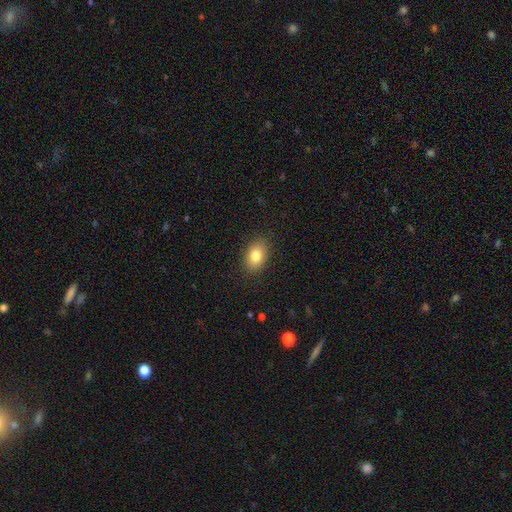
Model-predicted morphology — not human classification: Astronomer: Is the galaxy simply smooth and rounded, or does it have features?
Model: smooth — 83%.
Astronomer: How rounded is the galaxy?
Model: in between — 84%.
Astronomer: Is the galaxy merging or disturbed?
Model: none — 87%.